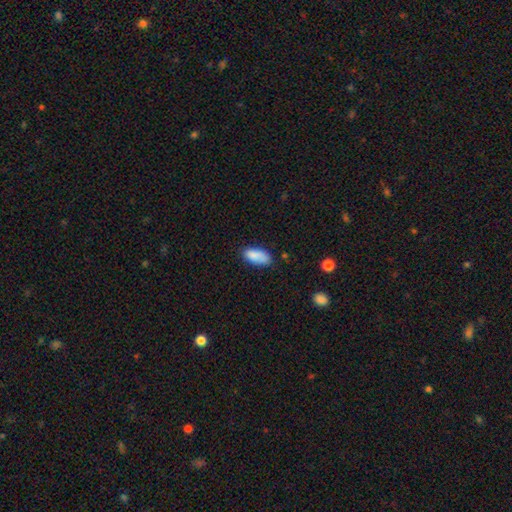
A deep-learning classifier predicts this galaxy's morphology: smooth-or-featured: smooth: 87% | star or artifact: 7% | featured or disk: 6%
  how-rounded: in between: 88% | cigar-shaped: 10% | round: 2%
  merging: none: 70% | minor disturbance: 23% | major disturbance: 4% | merger: 2%